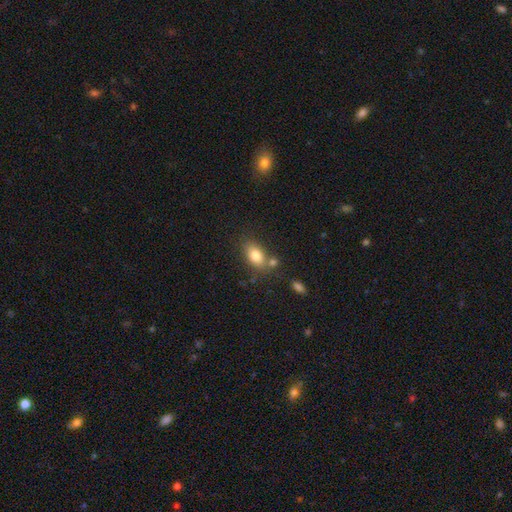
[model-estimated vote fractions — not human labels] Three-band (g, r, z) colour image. It shows a smooth galaxy with no disk features (81%) that is in between round and cigar-shaped (85%). Merging: none (62%).